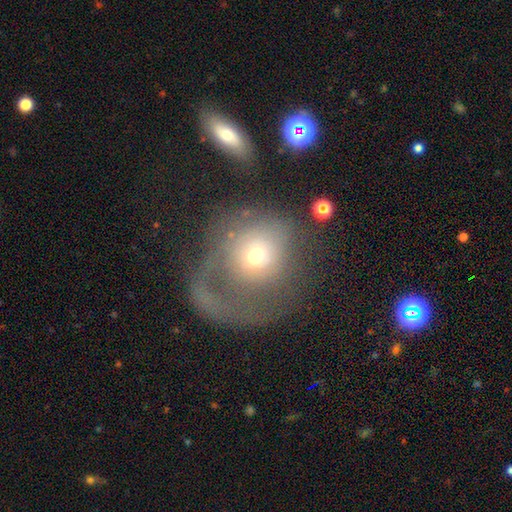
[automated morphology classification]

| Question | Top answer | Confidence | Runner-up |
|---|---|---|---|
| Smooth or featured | smooth | 51% | featured or disk (38%) |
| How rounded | round | 81% | in between (18%) |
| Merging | major disturbance | 60% | none (23%) |